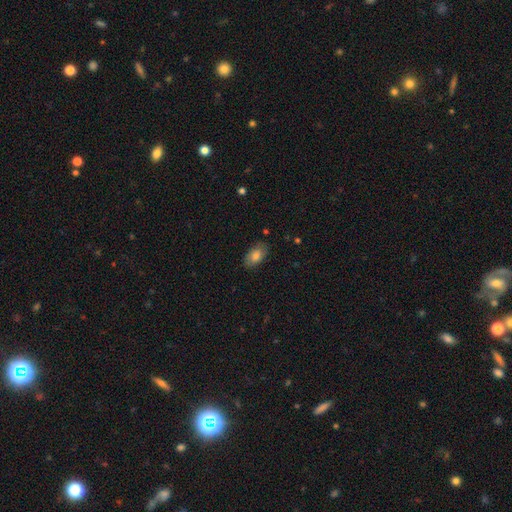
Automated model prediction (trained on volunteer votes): Smooth or featured: smooth — 78% (featured or disk — 15%)
How rounded: in between — 93% (round — 5%)
Merging: none — 82% (minor disturbance — 14%)